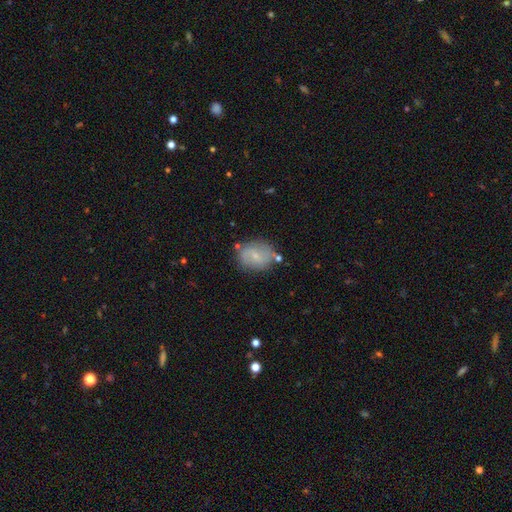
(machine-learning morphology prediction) This appears to be a smooth galaxy with no disk features (53%) that is round (59%). Merging: none (73%).